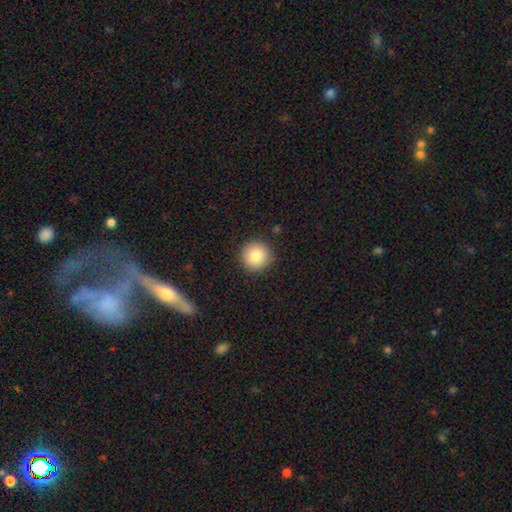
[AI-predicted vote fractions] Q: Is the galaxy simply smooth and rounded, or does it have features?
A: smooth — 86%.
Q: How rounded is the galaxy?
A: round — 95%.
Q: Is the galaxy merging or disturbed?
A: none — 91%.